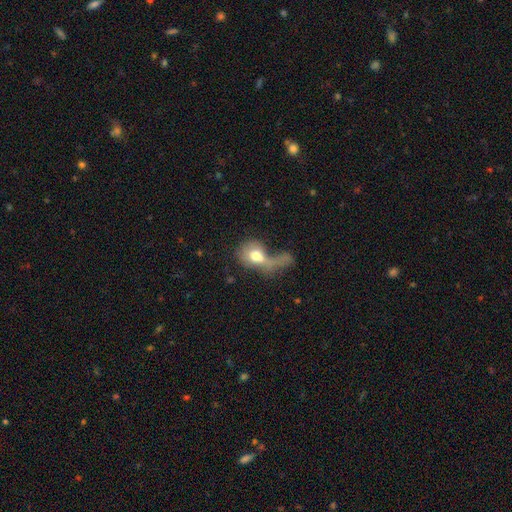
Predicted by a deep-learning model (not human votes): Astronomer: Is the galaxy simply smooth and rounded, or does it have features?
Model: smooth — 65%.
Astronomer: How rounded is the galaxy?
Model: round — 50% (runner-up: in between, 47%).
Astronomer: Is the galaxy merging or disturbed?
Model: major disturbance — 45% (runner-up: merger, 30%).